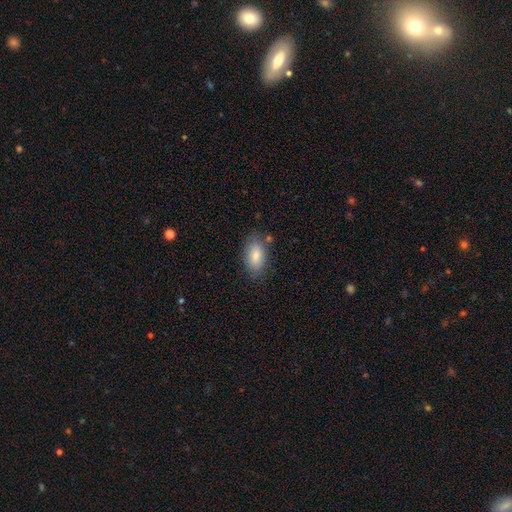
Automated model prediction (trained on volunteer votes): This appears to be a smooth galaxy with no disk features (83%) that is in between round and cigar-shaped (91%). Merging: none (77%).